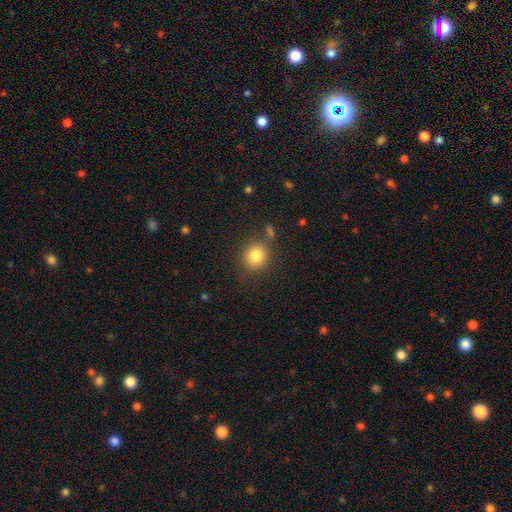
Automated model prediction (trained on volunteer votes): Overall: smooth (83%). How rounded: round (79%). Merging: none (80%).